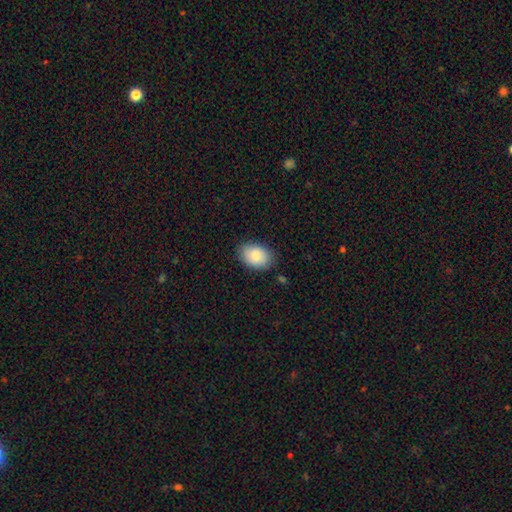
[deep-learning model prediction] This appears to be a smooth galaxy with no disk features (85%) that is in between round and cigar-shaped (81%). Merging: none (83%).